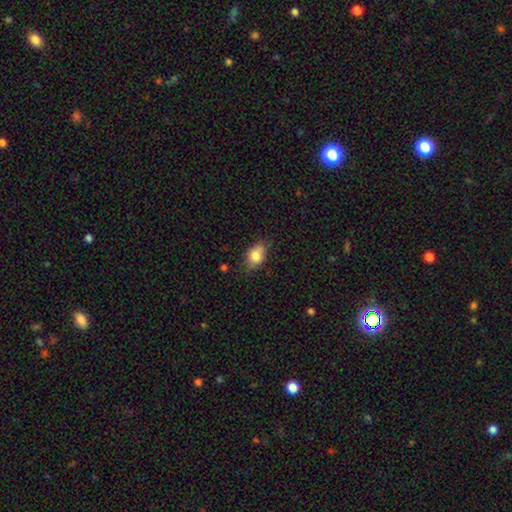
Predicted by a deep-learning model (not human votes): smooth-or-featured: smooth: 78% | featured or disk: 13% | star or artifact: 9%
  how-rounded: in between: 79% | round: 19% | cigar-shaped: 3%
  merging: none: 71% | minor disturbance: 23% | major disturbance: 4% | merger: 2%